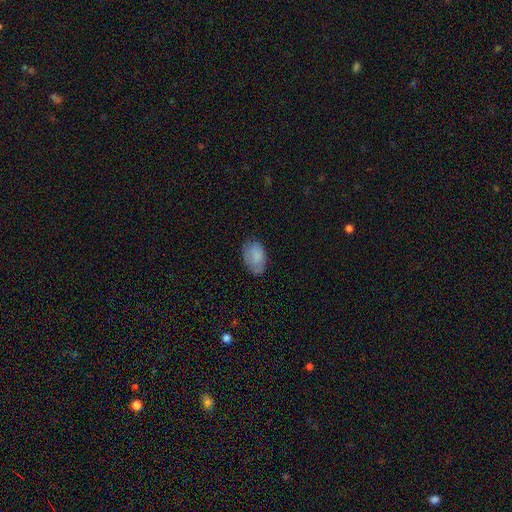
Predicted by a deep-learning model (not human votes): The model was most divided on "merging": none: 67%, minor disturbance: 26%, major disturbance: 6%, merger: 1%. More confident: how rounded — in between (90%); smooth or featured — smooth (81%).